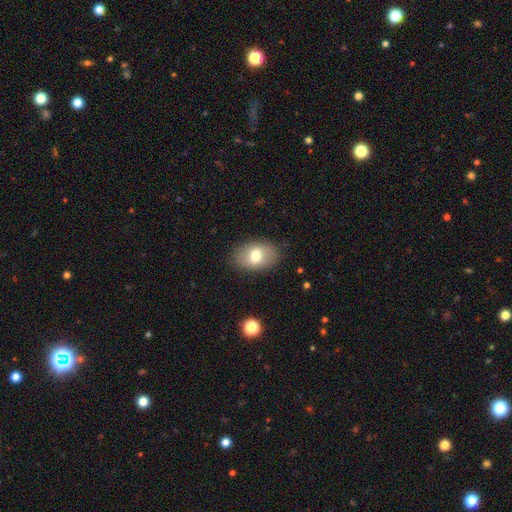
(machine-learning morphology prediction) This is likely a smooth galaxy (70%). How rounded: clearly in between (85%). Merging: clearly none (85%).